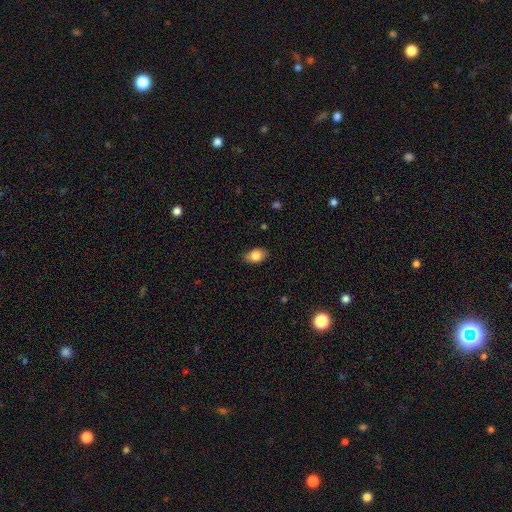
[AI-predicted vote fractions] The model was most divided on "smooth or featured": smooth: 83%, featured or disk: 10%, star or artifact: 8%. More confident: how rounded — in between (87%); merging — none (86%).